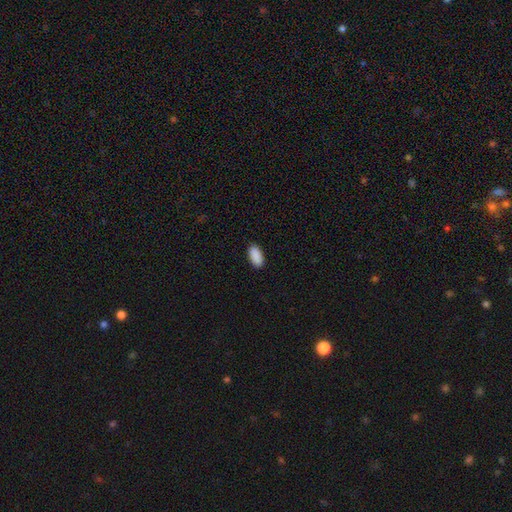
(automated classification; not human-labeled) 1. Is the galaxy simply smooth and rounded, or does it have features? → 91% smooth, 6% star or artifact, 3% featured or disk.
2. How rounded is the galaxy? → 94% in between, 4% cigar-shaped, 2% round.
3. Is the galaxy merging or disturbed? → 90% none, 7% minor disturbance, 2% major disturbance, 1% merger.